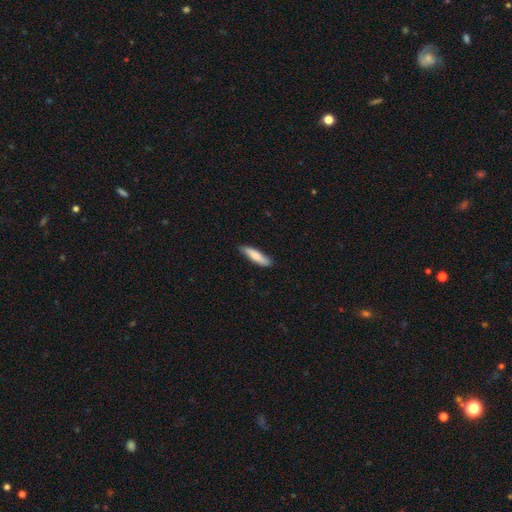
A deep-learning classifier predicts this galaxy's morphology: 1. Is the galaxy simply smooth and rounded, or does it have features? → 80% smooth, 15% featured or disk, 5% star or artifact.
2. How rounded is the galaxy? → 75% cigar-shaped, 24% in between, 1% round.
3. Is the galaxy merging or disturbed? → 83% none, 14% minor disturbance, 2% major disturbance, 1% merger.